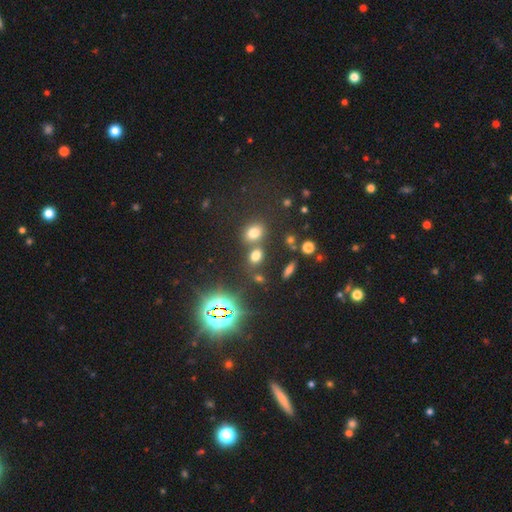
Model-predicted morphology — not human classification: The model was most divided on "how rounded": in between: 59%, round: 39%, cigar-shaped: 2%. More confident: smooth or featured — smooth (61%); merging — none (60%).